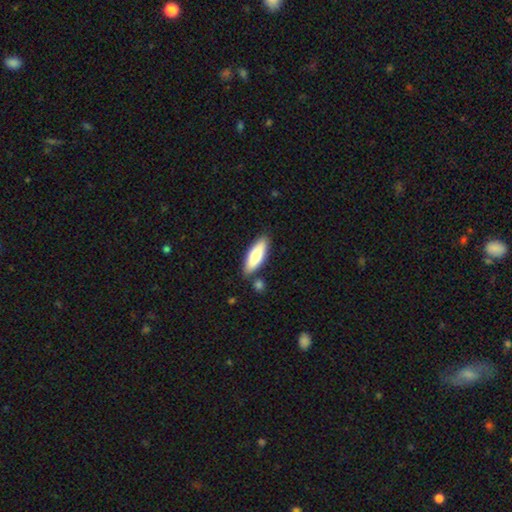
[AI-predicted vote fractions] This appears to be a smooth galaxy with no disk features (75%) that is in between round and cigar-shaped (57%). Merging: none (82%).